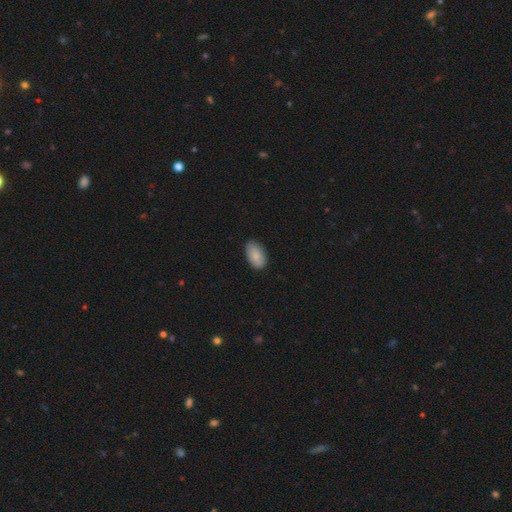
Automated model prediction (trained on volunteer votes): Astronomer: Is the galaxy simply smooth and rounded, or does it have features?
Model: smooth — 86%.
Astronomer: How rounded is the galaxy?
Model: in between — 94%.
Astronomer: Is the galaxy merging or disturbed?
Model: none — 84%.